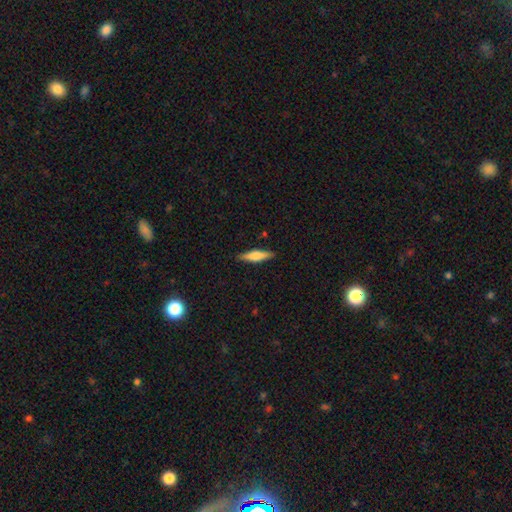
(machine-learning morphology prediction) This appears to be a smooth galaxy with no disk features (58%) that is cigar-shaped (75%). Merging: none (89%).